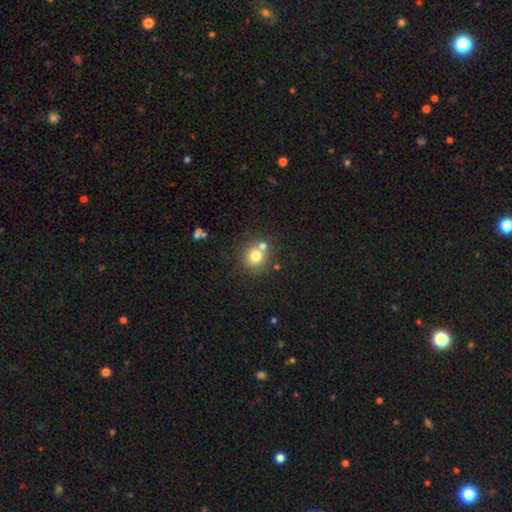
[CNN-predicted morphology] Smooth or featured?
  - smooth: 76% *
  - star or artifact: 13%
  - featured or disk: 12%
How rounded?
  - round: 89% *
  - in between: 10%
  - cigar-shaped: 1%
Merging?
  - none: 66% *
  - merger: 23%
  - minor disturbance: 8%
  - major disturbance: 3%